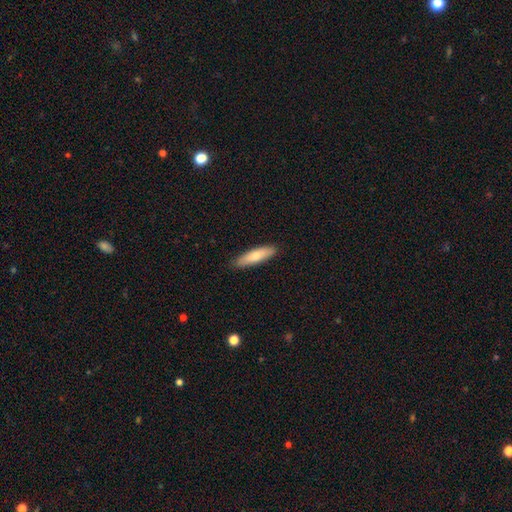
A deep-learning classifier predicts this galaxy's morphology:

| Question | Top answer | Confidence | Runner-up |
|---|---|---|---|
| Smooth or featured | smooth | 74% | featured or disk (20%) |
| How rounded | cigar-shaped | 64% | in between (34%) |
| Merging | none | 88% | minor disturbance (10%) |